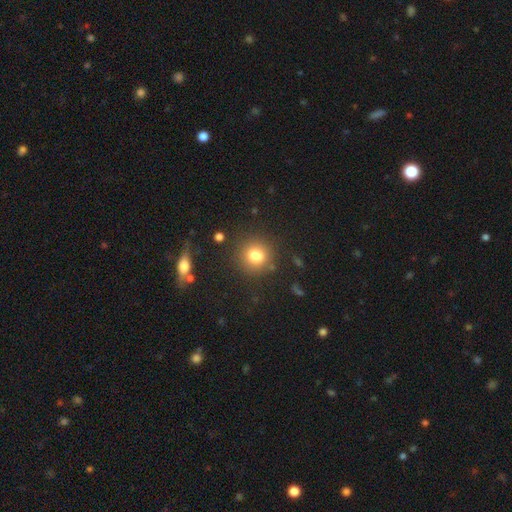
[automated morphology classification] smooth_or_featured: smooth (p=0.80) [alt: star or artifact p=0.12]
how_rounded: round (p=0.83) [alt: in between p=0.16]
merging: none (p=0.79) [alt: minor disturbance p=0.11]